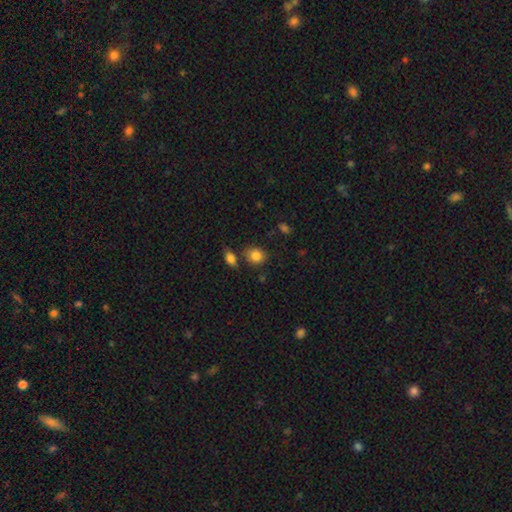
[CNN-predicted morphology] A smooth galaxy with no disk features (85%) that is round (65%).

Vote fractions:
- Smooth or featured? smooth: 85% / star or artifact: 9% / featured or disk: 6%
- How rounded? round: 65% / in between: 34% / cigar-shaped: 1%
- Merging? none: 73% / minor disturbance: 13% / merger: 10% / major disturbance: 4%